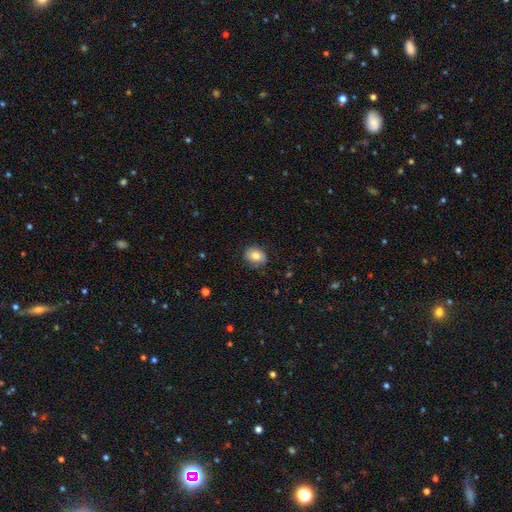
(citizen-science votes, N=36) Smooth or featured?
  - smooth: 81% *
  - featured or disk: 17%
  - star or artifact: 3%
How rounded?
  - in between: 62% *
  - round: 38%
  - cigar-shaped: 0%
Merging?
  - none: 83% *
  - minor disturbance: 14%
  - major disturbance: 3%
  - merger: 0%